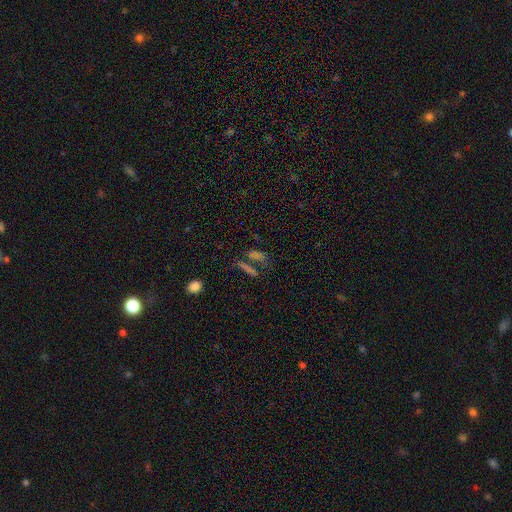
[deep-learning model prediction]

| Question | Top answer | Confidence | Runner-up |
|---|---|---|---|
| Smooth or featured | smooth | 57% | star or artifact (24%) |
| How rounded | cigar-shaped | 58% | in between (33%) |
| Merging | none | 54% | merger (25%) |